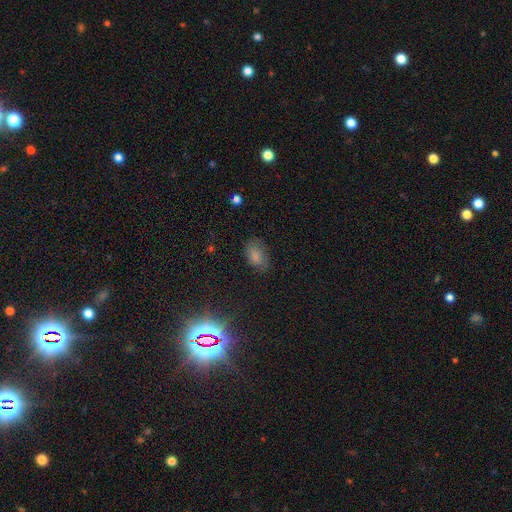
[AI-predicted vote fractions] This appears to be a smooth galaxy with no disk features (81%) that is in between round and cigar-shaped (89%). Merging: none (74%).